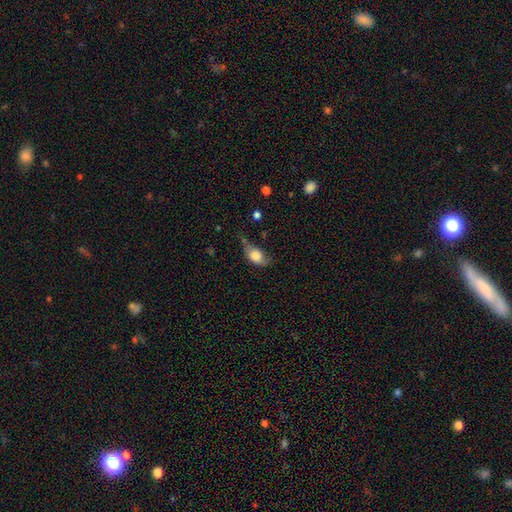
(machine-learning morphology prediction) Smooth or featured: smooth — 72% (featured or disk — 20%)
How rounded: in between — 77% (round — 19%)
Merging: minor disturbance — 39% (none — 29%)